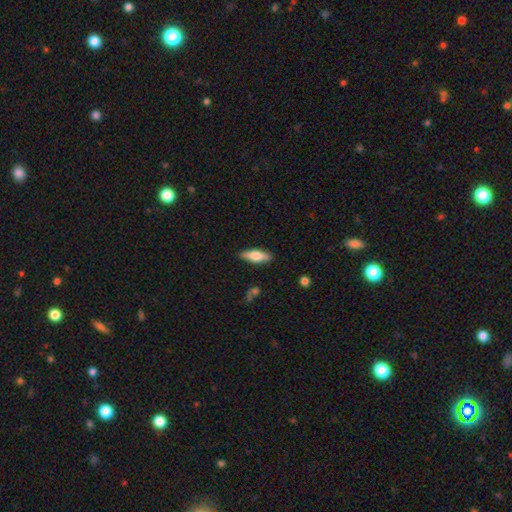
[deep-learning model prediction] Q: Smooth or featured?
A: smooth (67%); runner-up: featured or disk (27%)
Q: How rounded?
A: in between (56%); runner-up: cigar-shaped (42%)
Q: Merging?
A: none (85%); runner-up: minor disturbance (11%)